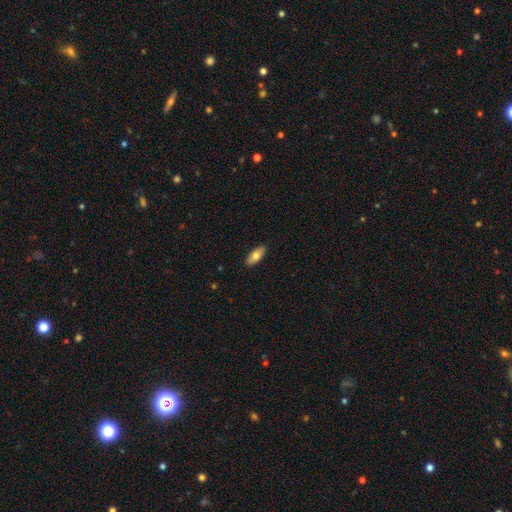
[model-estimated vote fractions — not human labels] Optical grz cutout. It shows a smooth galaxy with no disk features (75%) that is in between round and cigar-shaped (82%). Merging: none (90%).